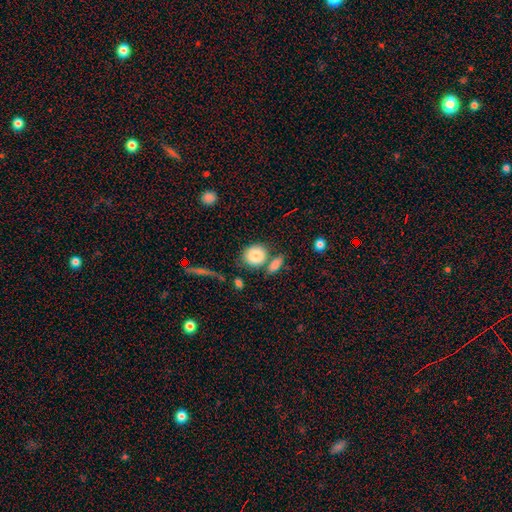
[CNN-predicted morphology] A smooth galaxy with no disk features (84%) that is round (74%).

Vote fractions:
- Smooth or featured? smooth: 84% / featured or disk: 8% / star or artifact: 7%
- How rounded? round: 74% / in between: 24% / cigar-shaped: 2%
- Merging? none: 63% / merger: 21% / minor disturbance: 12% / major disturbance: 5%